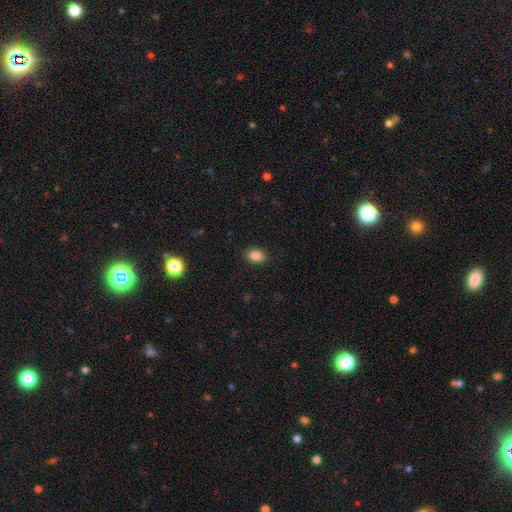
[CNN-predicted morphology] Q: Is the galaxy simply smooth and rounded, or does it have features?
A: smooth — 86%.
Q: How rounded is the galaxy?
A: in between — 82%.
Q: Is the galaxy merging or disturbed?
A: none — 89%.